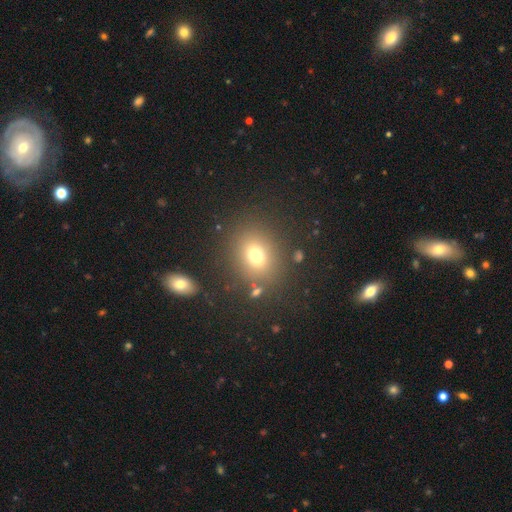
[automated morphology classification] Overall: smooth (72%). How rounded: round (63%; in between 36%). Merging: none (81%).